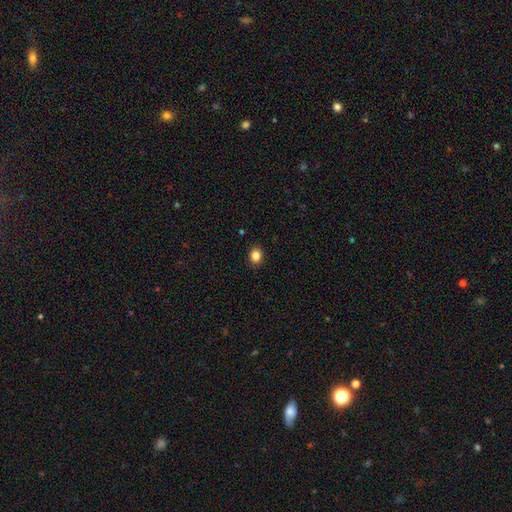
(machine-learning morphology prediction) Smooth or featured? smooth (85%)
How rounded? round (55%)
Merging? none (91%)